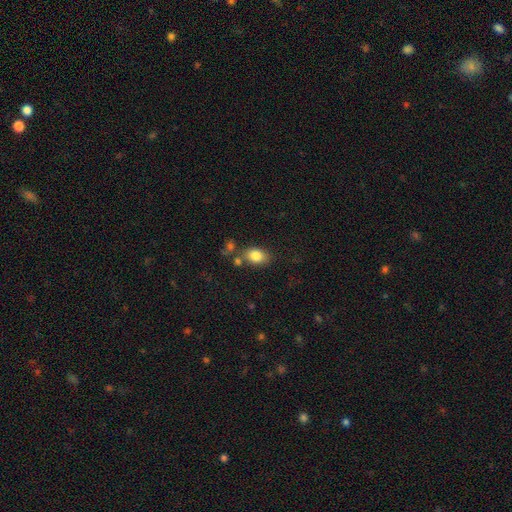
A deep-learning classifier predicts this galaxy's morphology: Smooth or featured? smooth (84%)
How rounded? in between (75%)
Merging? none (66%)